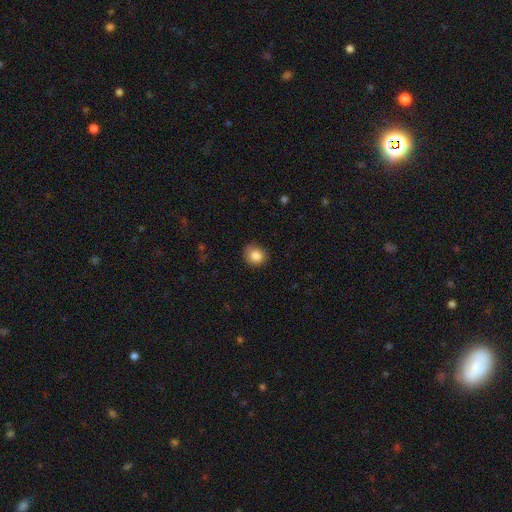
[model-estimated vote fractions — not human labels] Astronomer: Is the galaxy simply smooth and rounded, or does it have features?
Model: smooth — 84%.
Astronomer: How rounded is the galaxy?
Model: round — 81%.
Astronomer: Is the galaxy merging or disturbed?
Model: none — 78%.